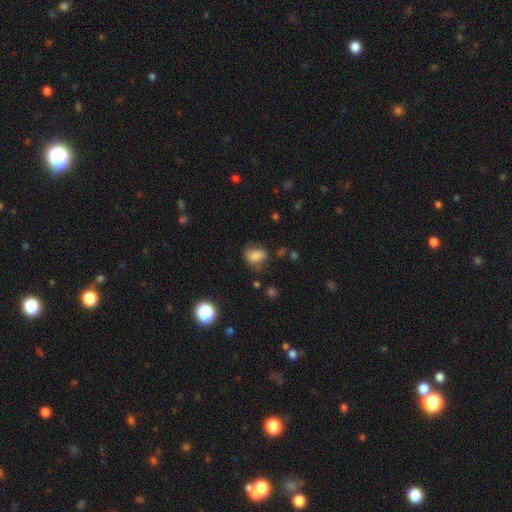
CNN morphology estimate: Smooth or featured?
  - smooth: 79% *
  - star or artifact: 12%
  - featured or disk: 9%
How rounded?
  - in between: 73% *
  - round: 26%
  - cigar-shaped: 1%
Merging?
  - none: 53% *
  - minor disturbance: 30%
  - major disturbance: 14%
  - merger: 3%